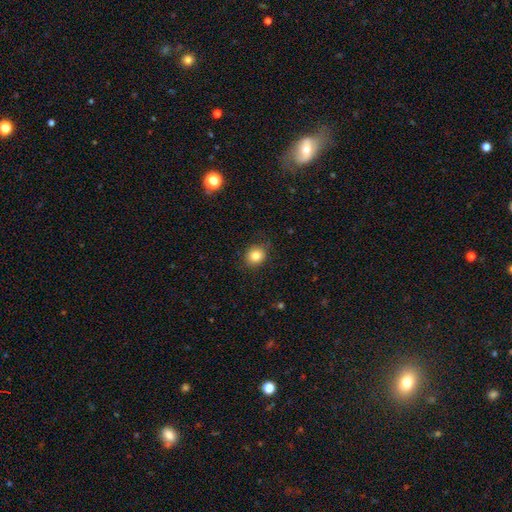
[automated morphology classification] Q: Smooth or featured?
A: smooth (83%); runner-up: star or artifact (10%)
Q: How rounded?
A: round (68%); runner-up: in between (31%)
Q: Merging?
A: none (83%); runner-up: minor disturbance (12%)